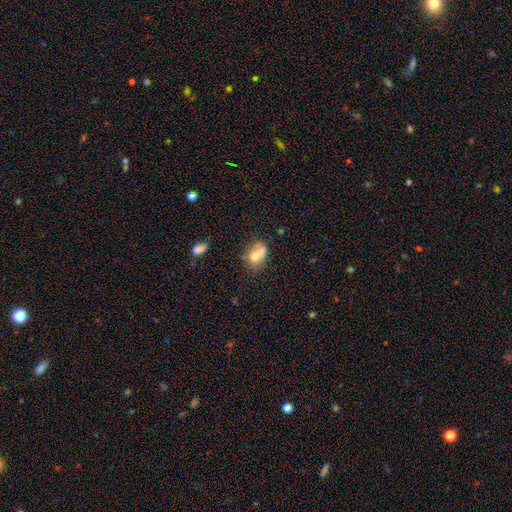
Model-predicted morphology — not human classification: Smooth or featured? Predicted: smooth (p=0.62). How rounded? Predicted: round (p=0.53). Merging? Predicted: merger (p=0.52).